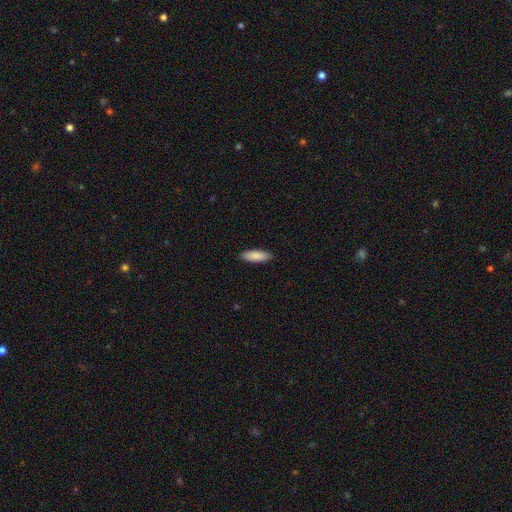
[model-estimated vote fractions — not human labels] A smooth galaxy with no disk features (88%) that is in between round and cigar-shaped (59%).

Vote fractions:
- Smooth or featured? smooth: 88% / featured or disk: 6% / star or artifact: 5%
- How rounded? in between: 59% / cigar-shaped: 40% / round: 2%
- Merging? none: 90% / minor disturbance: 7% / major disturbance: 2% / merger: 1%